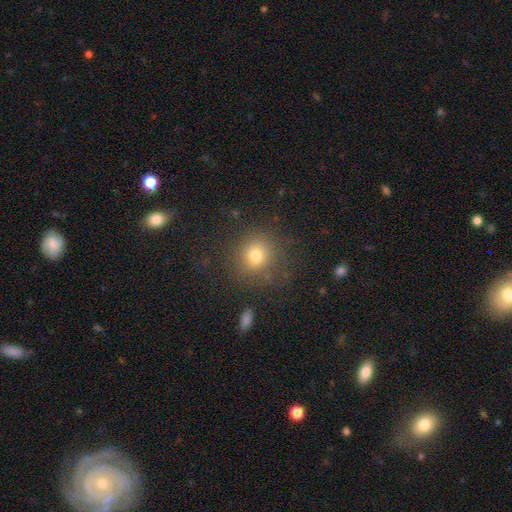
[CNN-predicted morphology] smooth-or-featured: smooth: 76% | star or artifact: 15% | featured or disk: 9%
  how-rounded: round: 88% | in between: 11% | cigar-shaped: 1%
  merging: none: 83% | minor disturbance: 10% | major disturbance: 5% | merger: 2%